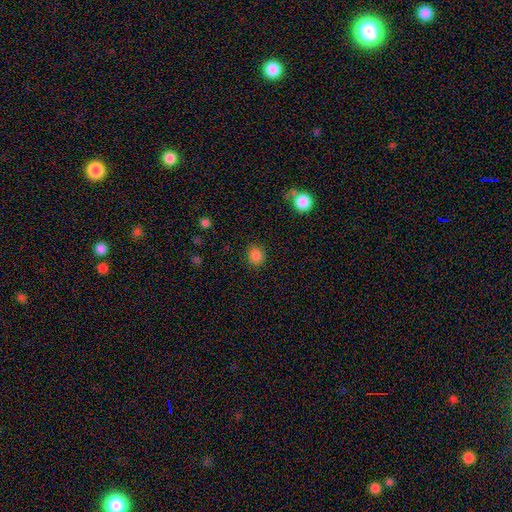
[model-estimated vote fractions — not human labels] smooth_or_featured: smooth (p=0.85) [alt: star or artifact p=0.11]
how_rounded: round (p=0.75) [alt: in between p=0.25]
merging: none (p=0.87) [alt: minor disturbance p=0.08]